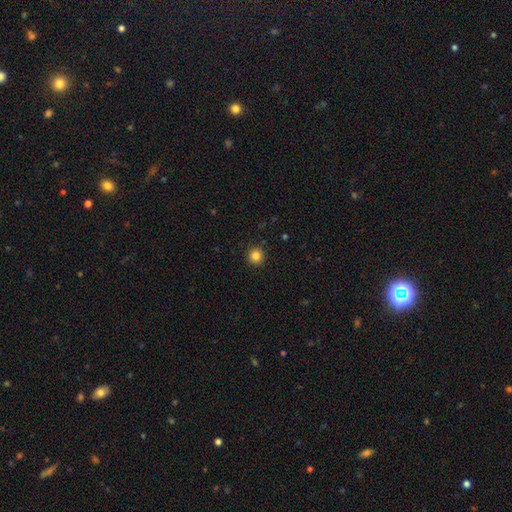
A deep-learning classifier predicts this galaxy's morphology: smooth-or-featured: smooth: 84% | star or artifact: 11% | featured or disk: 4%
  how-rounded: round: 95% | in between: 4% | cigar-shaped: 1%
  merging: none: 92% | minor disturbance: 5% | major disturbance: 2% | merger: 1%